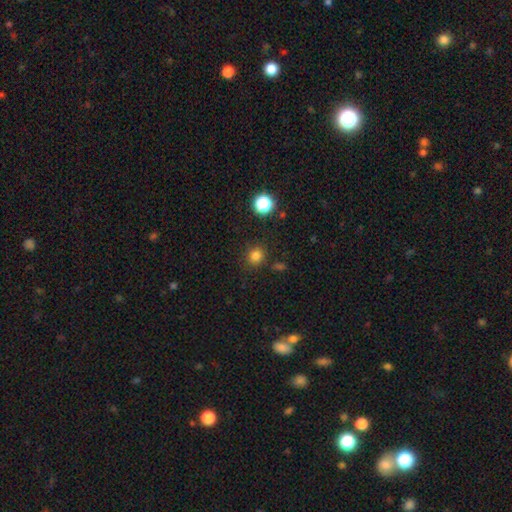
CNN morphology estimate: Smooth or featured? Predicted: smooth (p=0.80). How rounded? Predicted: round (p=0.87). Merging? Predicted: none (p=0.84).